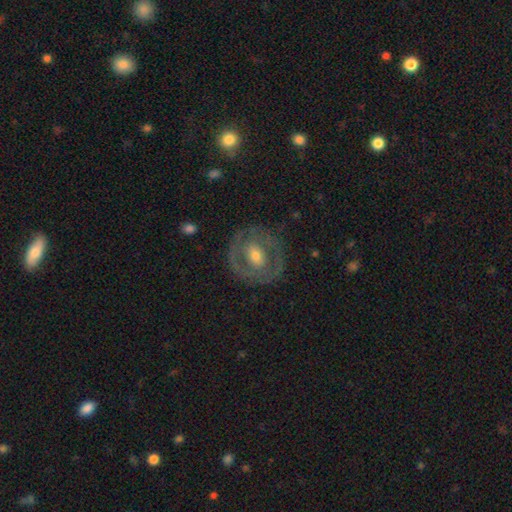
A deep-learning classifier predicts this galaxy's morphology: Overall: featured or disk (65%; smooth 29%). Edge-on disk: no (96%). Bar: no (54%; weak 32%). Spiral arms: no (65%; yes 35%). Bulge size: moderate (61%; small 29%). Merging: none (77%).